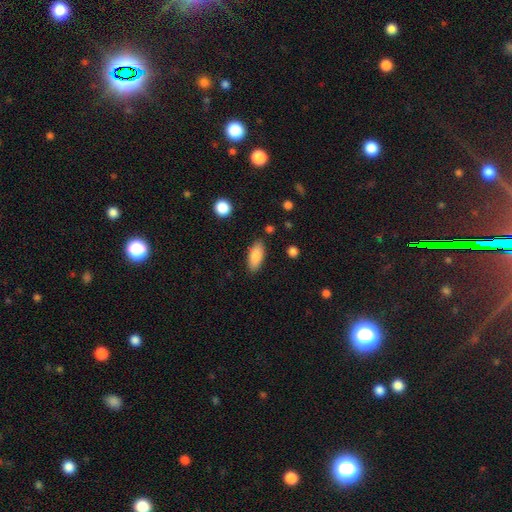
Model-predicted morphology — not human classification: smooth-or-featured: smooth: 84% | featured or disk: 9% | star or artifact: 7%
  how-rounded: in between: 82% | cigar-shaped: 15% | round: 2%
  merging: none: 85% | minor disturbance: 10% | major disturbance: 2% | merger: 2%